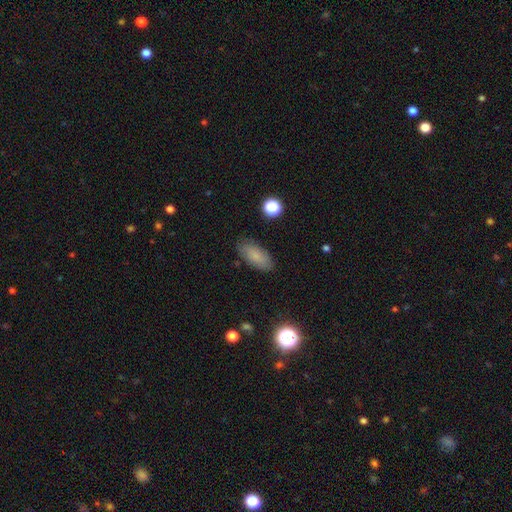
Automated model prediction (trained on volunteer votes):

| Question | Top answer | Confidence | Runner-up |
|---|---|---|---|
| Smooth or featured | smooth | 79% | featured or disk (12%) |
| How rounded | in between | 87% | cigar-shaped (9%) |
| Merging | none | 85% | minor disturbance (11%) |